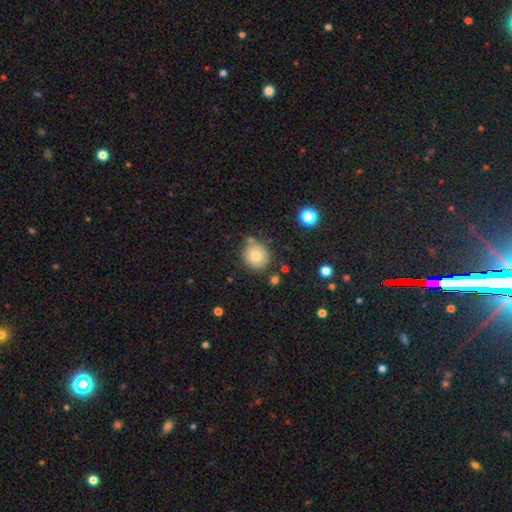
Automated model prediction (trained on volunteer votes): The model was most divided on "merging": none: 75%, minor disturbance: 14%, merger: 8%, major disturbance: 3%. More confident: how rounded — round (88%); smooth or featured — smooth (75%).